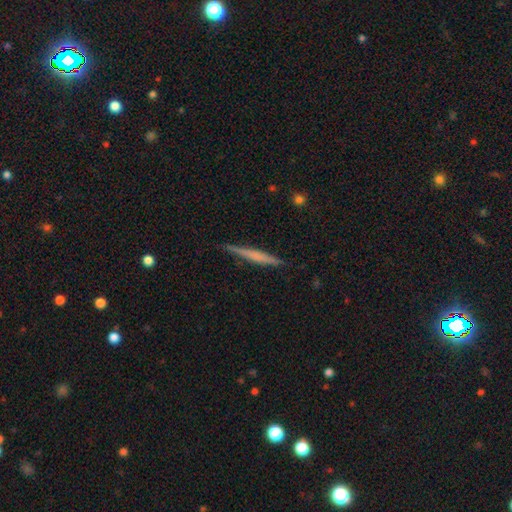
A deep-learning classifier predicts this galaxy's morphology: A featured or disk galaxy (51%) viewed edge-on (97%). Merging: none (87%).